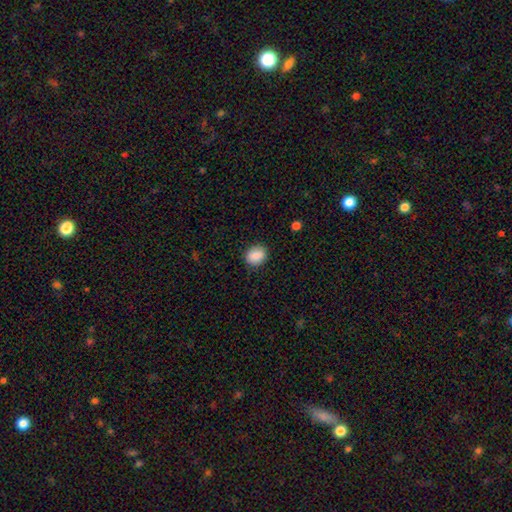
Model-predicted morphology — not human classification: A smooth galaxy with no disk features (88%) that is round (51%). Merging: none (87%).